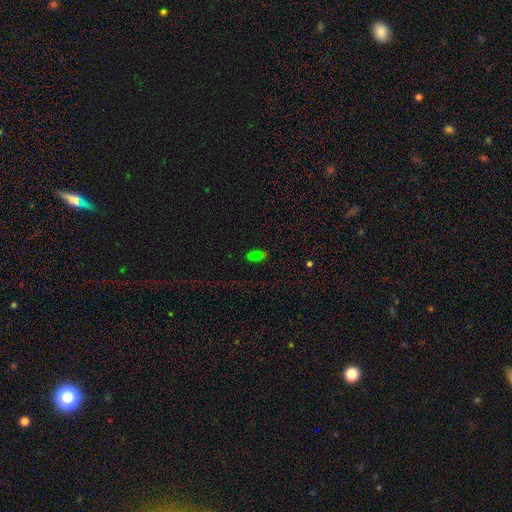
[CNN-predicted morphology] type=smooth (64%); roundness=in between (80%); merging=none (66%).